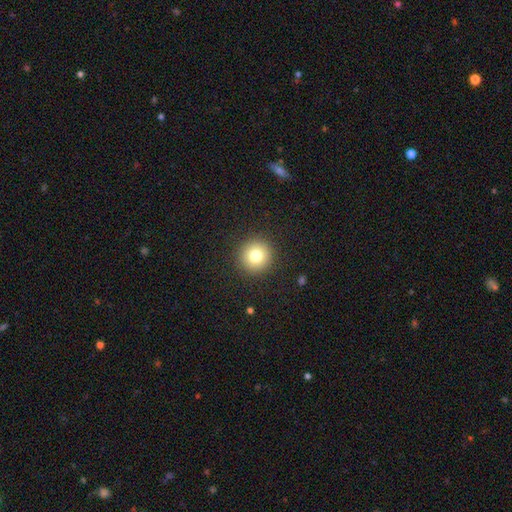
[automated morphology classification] Smooth or featured?
  - smooth: 79% *
  - star or artifact: 12%
  - featured or disk: 10%
How rounded?
  - round: 95% *
  - in between: 4%
  - cigar-shaped: 1%
Merging?
  - none: 92% *
  - minor disturbance: 5%
  - major disturbance: 2%
  - merger: 1%